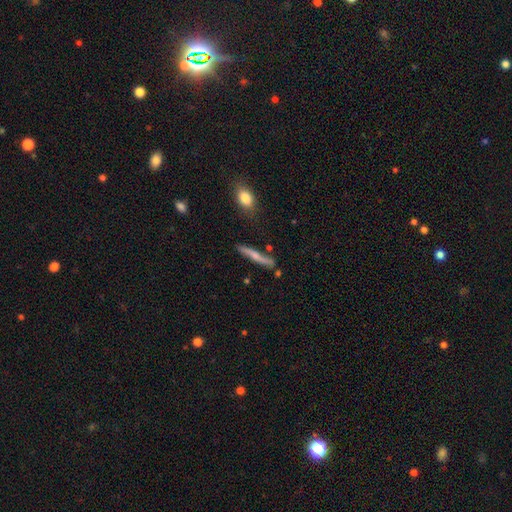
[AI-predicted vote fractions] Morphology: type=featured or disk (51%); edge-on=yes (88%); merging=none (78%).